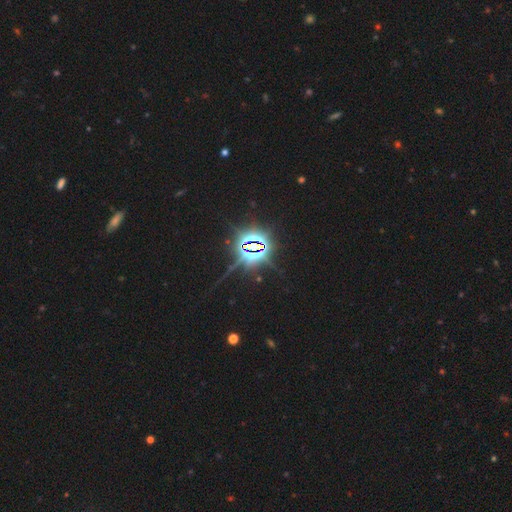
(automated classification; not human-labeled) Overall: star or artifact (86%).